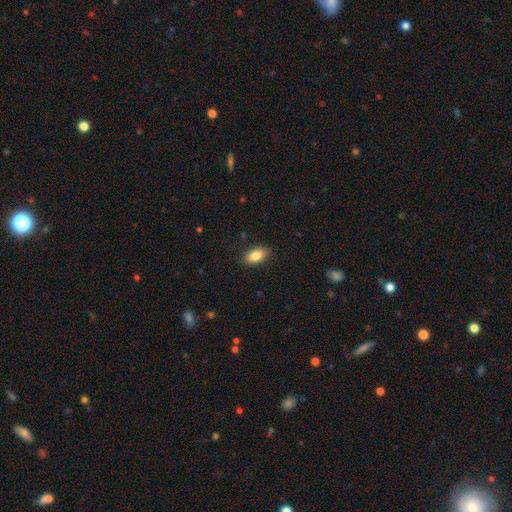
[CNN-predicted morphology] A smooth galaxy with no disk features (85%) that is in between round and cigar-shaped (91%). Merging: none (87%).